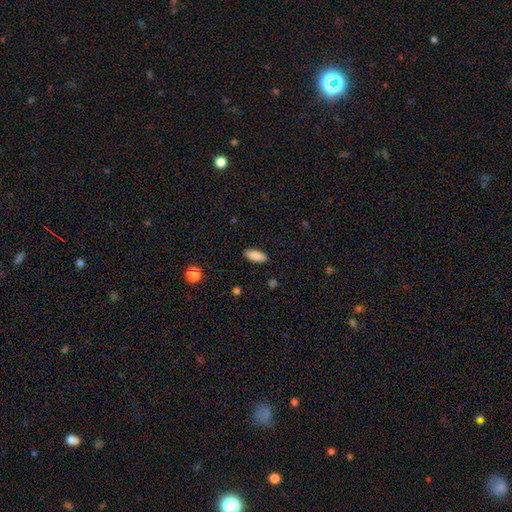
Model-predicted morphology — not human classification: Smooth or featured: smooth — 88% (star or artifact — 7%)
How rounded: in between — 73% (cigar-shaped — 25%)
Merging: none — 89% (minor disturbance — 8%)